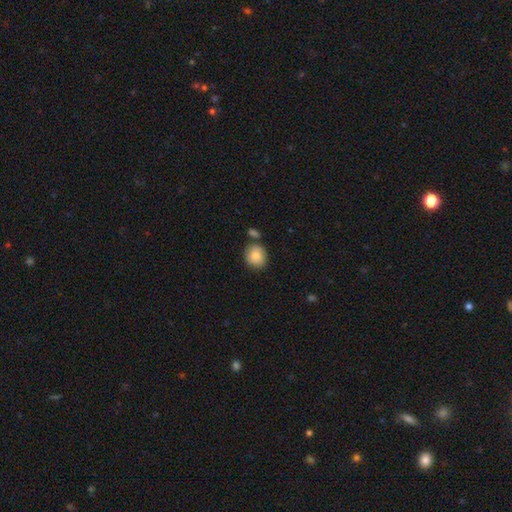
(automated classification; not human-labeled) smooth_or_featured: smooth (p=0.87) [alt: star or artifact p=0.07]
how_rounded: round (p=0.75) [alt: in between p=0.24]
merging: none (p=0.72) [alt: minor disturbance p=0.14]